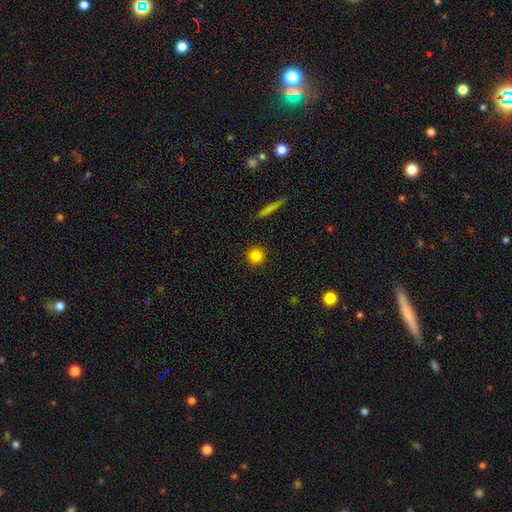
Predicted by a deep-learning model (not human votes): Overall: smooth (84%). How rounded: round (95%). Merging: none (92%).